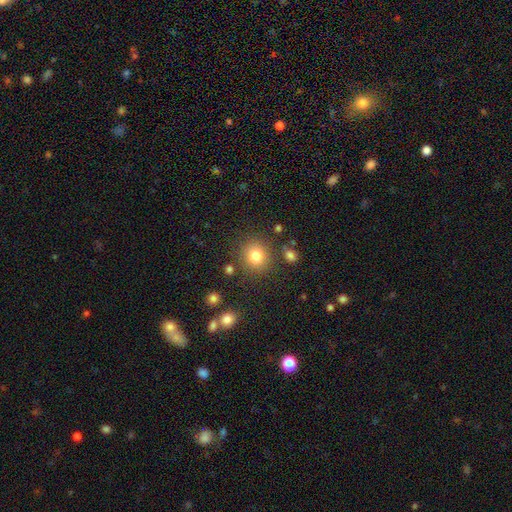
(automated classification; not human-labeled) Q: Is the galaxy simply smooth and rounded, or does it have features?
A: smooth — 81%.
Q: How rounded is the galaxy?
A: round — 86%.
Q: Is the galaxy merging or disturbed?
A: none — 83%.